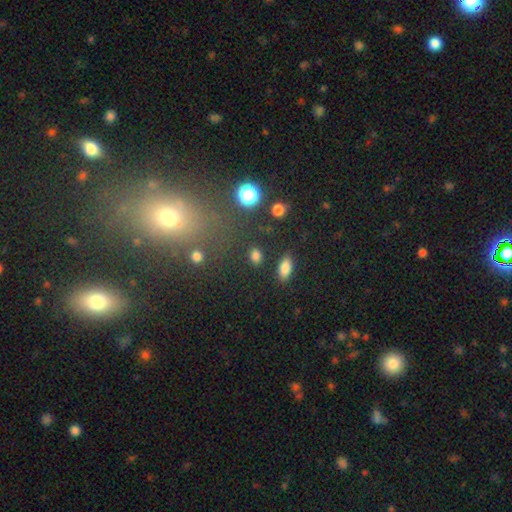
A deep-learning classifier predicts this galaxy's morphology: The model was most divided on "how rounded": in between: 70%, round: 27%, cigar-shaped: 4%. More confident: merging — none (83%); smooth or featured — smooth (81%).